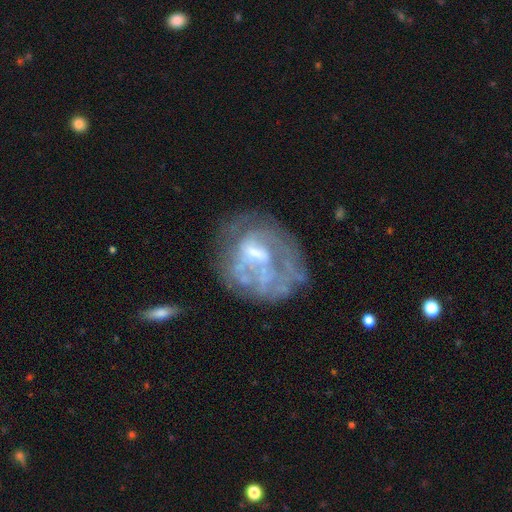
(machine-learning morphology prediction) Overall: featured or disk (69%). Edge-on disk: no (97%). Bar: no (53%; weak 36%). Spiral arms: no (62%; yes 38%). Bulge size: small (35%; moderate 33%). Merging: none (46%; major disturbance 27%).